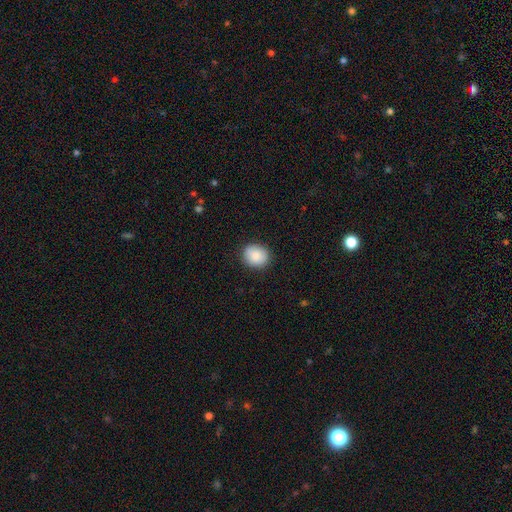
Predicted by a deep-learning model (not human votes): A smooth galaxy with no disk features (88%) that is round (64%). Merging: none (87%).